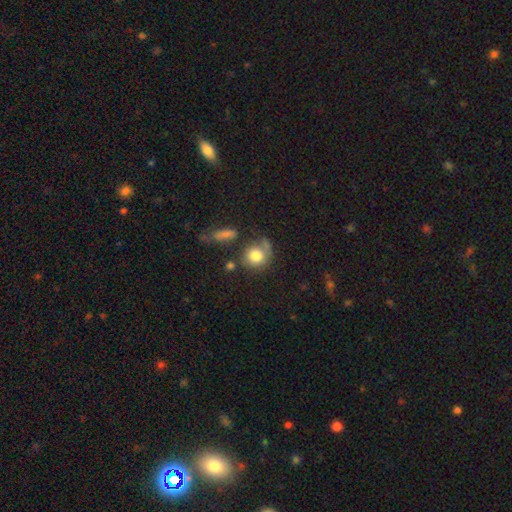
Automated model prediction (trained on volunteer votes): Smooth or featured? smooth (78%)
How rounded? round (82%)
Merging? none (52%)